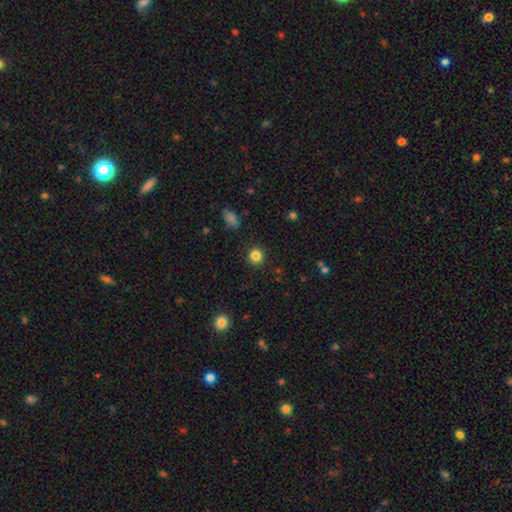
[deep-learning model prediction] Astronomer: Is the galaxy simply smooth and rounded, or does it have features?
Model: smooth — 84%.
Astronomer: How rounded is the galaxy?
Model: round — 91%.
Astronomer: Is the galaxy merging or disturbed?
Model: none — 91%.